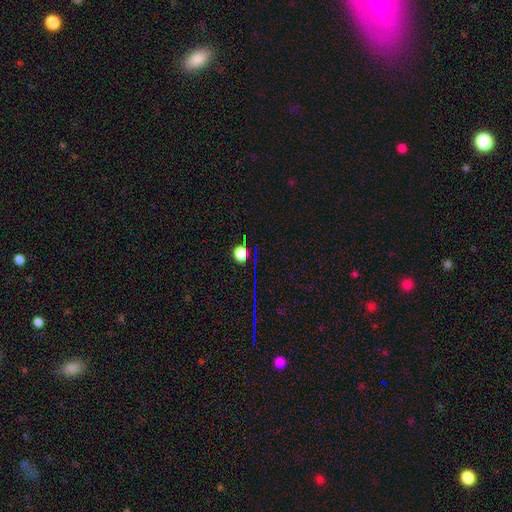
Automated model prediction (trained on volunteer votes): Morphology: type=star or artifact (58%).